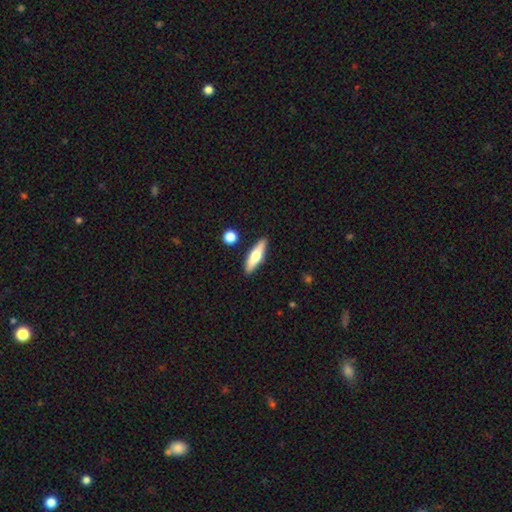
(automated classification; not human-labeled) smooth-or-featured: smooth: 55% | featured or disk: 39% | star or artifact: 6%
  how-rounded: cigar-shaped: 66% | in between: 32% | round: 3%
  merging: none: 87% | minor disturbance: 8% | merger: 3% | major disturbance: 2%